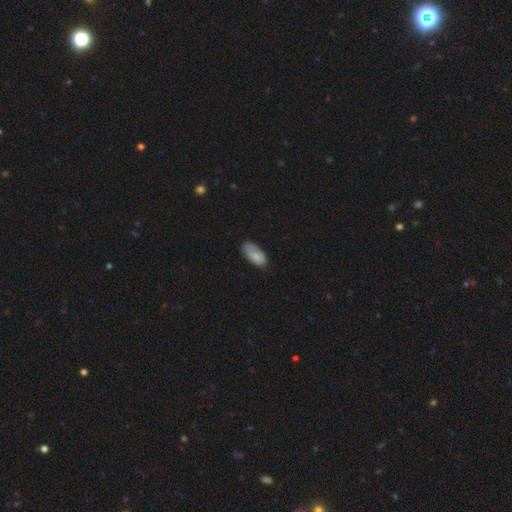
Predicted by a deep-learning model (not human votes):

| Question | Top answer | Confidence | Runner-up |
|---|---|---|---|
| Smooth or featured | smooth | 80% | featured or disk (13%) |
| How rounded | in between | 92% | cigar-shaped (5%) |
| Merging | none | 58% | minor disturbance (31%) |